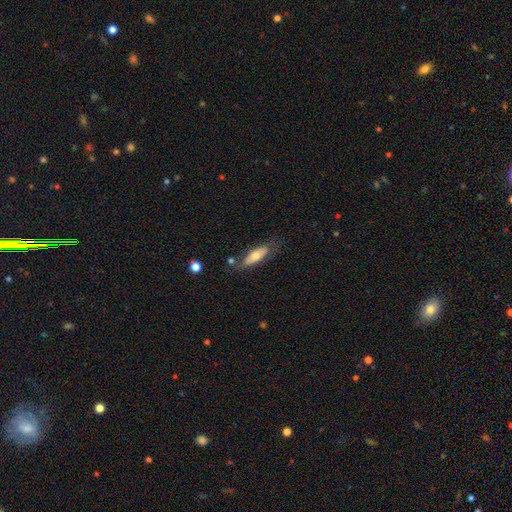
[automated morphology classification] This is possibly a smooth galaxy (59%). How rounded: possibly in between (59%). Merging: likely none (61%).